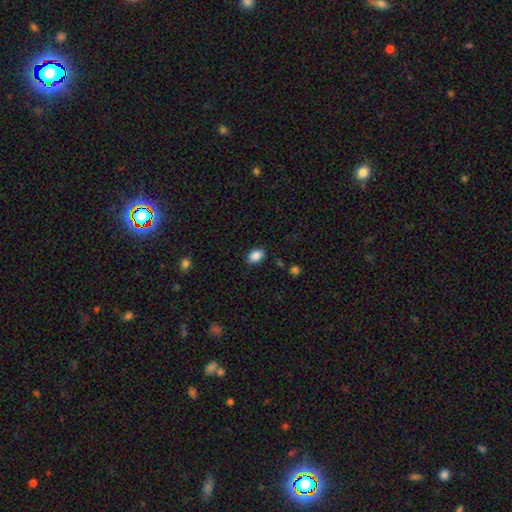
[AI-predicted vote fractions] smooth_or_featured: smooth (p=0.87) [alt: star or artifact p=0.09]
how_rounded: in between (p=0.83) [alt: round p=0.16]
merging: none (p=0.84) [alt: minor disturbance p=0.12]